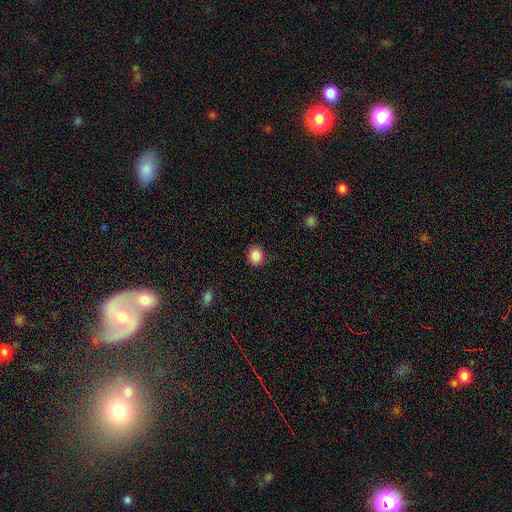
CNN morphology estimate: smooth 87%, star or artifact 9%, featured or disk 4%. Down the decision tree: how rounded — round (67%); merging — none (87%).